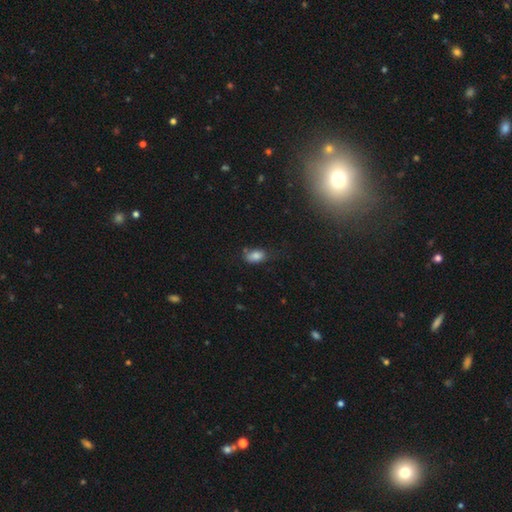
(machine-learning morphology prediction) Overall: smooth (81%). How rounded: in between (86%). Merging: none (55%; minor disturbance 29%).